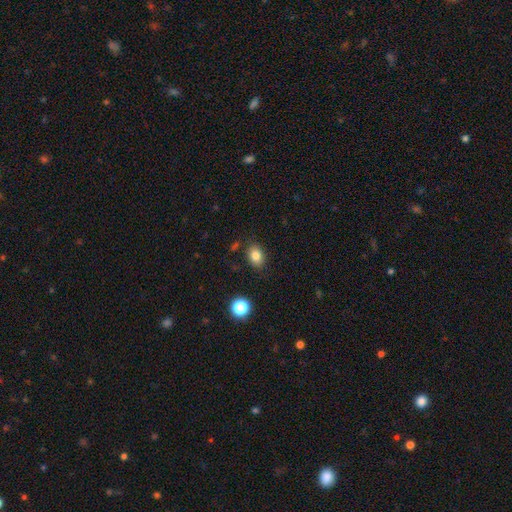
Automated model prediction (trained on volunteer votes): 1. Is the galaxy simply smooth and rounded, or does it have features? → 81% smooth, 11% star or artifact, 8% featured or disk.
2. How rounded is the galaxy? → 72% in between, 26% round, 1% cigar-shaped.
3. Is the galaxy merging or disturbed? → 83% none, 11% minor disturbance, 3% major disturbance, 3% merger.